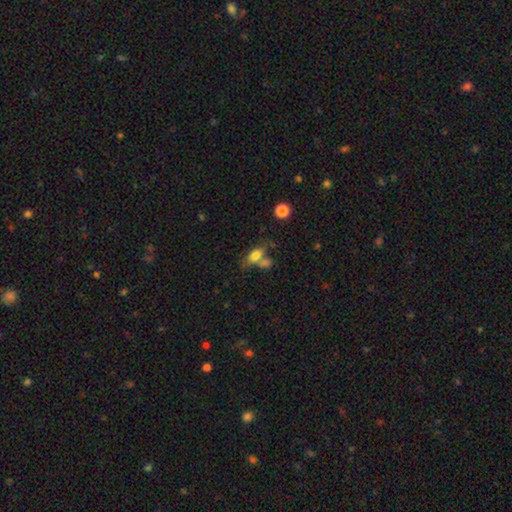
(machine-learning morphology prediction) Smooth or featured? smooth (73%)
How rounded? in between (79%)
Merging? none (41%)